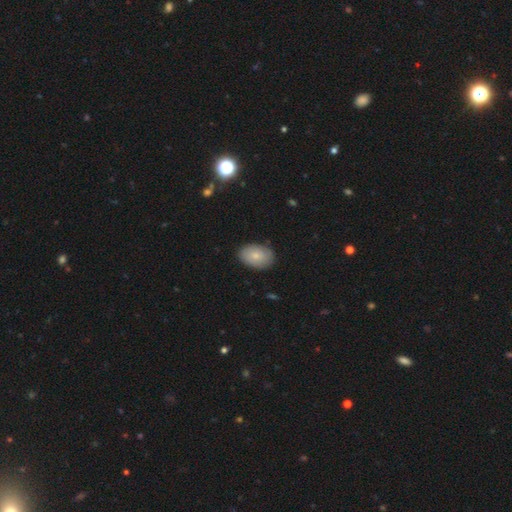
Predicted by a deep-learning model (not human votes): This appears to be a smooth galaxy with no disk features (78%) that is in between round and cigar-shaped (86%). Merging: none (83%).